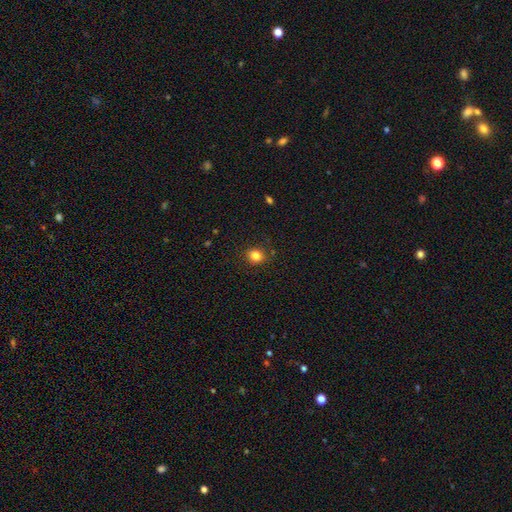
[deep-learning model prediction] A smooth galaxy with no disk features (82%) that is round (80%). Merging: none (88%).